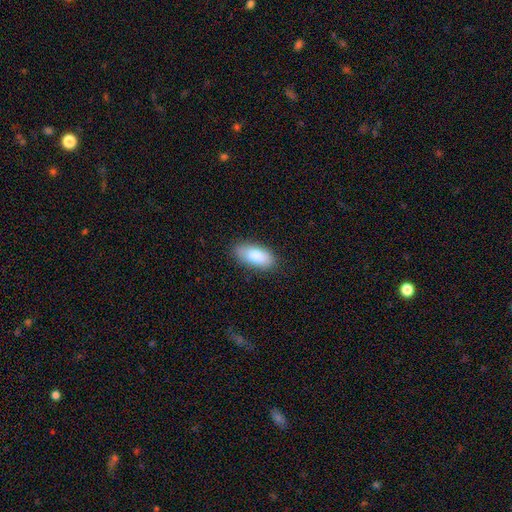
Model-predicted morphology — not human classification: A smooth galaxy with no disk features (82%) that is in between round and cigar-shaped (88%).

Vote fractions:
- Smooth or featured? smooth: 82% / featured or disk: 11% / star or artifact: 6%
- How rounded? in between: 88% / cigar-shaped: 9% / round: 3%
- Merging? none: 84% / minor disturbance: 12% / major disturbance: 3% / merger: 1%